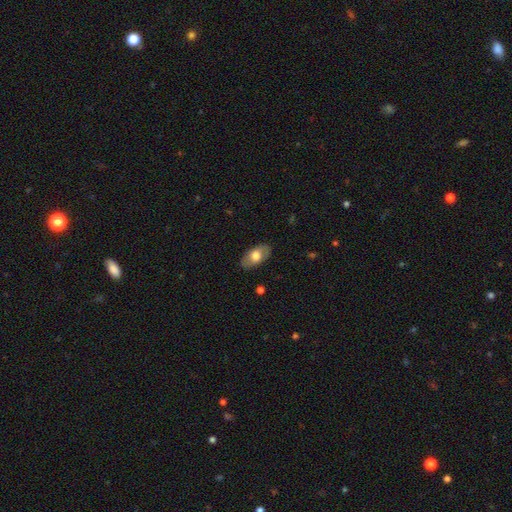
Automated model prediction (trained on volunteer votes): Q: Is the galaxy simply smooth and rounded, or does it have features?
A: smooth — 66%.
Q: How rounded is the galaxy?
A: in between — 93%.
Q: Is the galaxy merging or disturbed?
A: none — 85%.